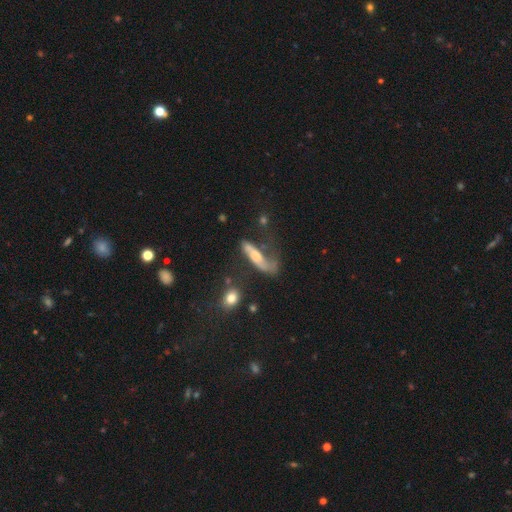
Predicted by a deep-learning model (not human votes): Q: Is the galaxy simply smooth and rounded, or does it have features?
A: featured or disk — 53%.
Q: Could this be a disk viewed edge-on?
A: no — 70%.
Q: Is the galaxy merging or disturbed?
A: major disturbance — 38%.